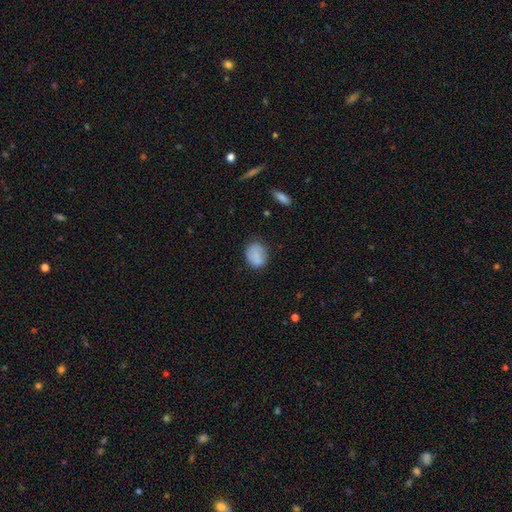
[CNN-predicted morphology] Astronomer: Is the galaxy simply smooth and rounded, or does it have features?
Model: smooth — 84%.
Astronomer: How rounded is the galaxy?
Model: round — 50% (runner-up: in between, 49%).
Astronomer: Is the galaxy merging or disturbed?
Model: none — 76%.